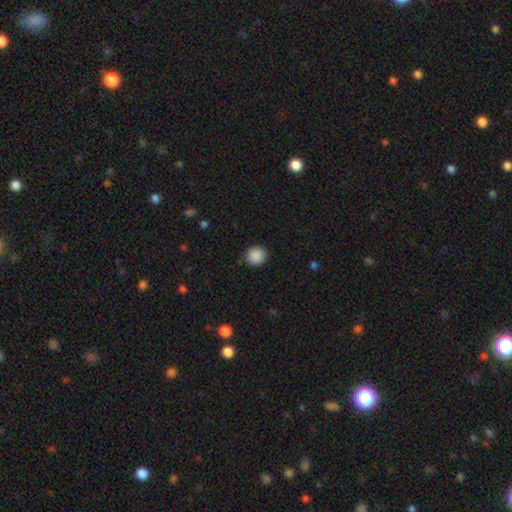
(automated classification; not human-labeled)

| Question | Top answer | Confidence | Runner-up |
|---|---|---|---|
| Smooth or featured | smooth | 89% | star or artifact (9%) |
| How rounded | round | 87% | in between (12%) |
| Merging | none | 88% | minor disturbance (9%) |